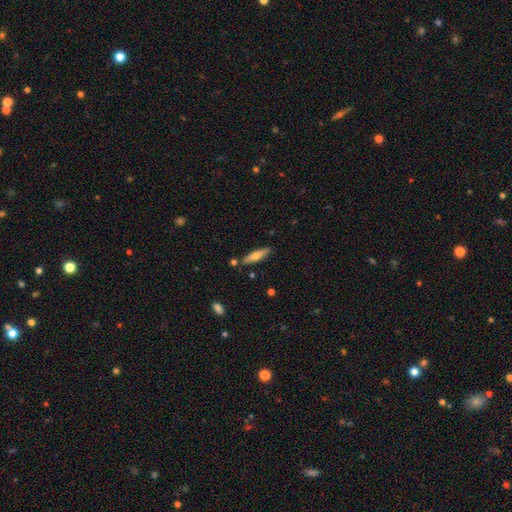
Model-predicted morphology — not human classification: Smooth or featured: smooth — 55% (featured or disk — 39%)
How rounded: cigar-shaped — 77% (in between — 21%)
Merging: none — 84% (minor disturbance — 10%)